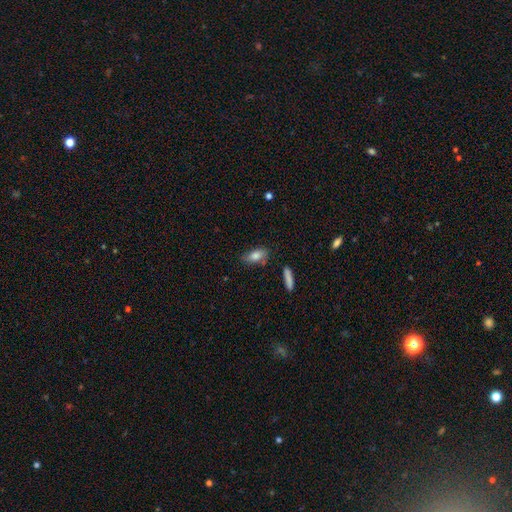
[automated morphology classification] Smooth or featured? Predicted: smooth (p=0.80). How rounded? Predicted: in between (p=0.83). Merging? Predicted: none (p=0.75).